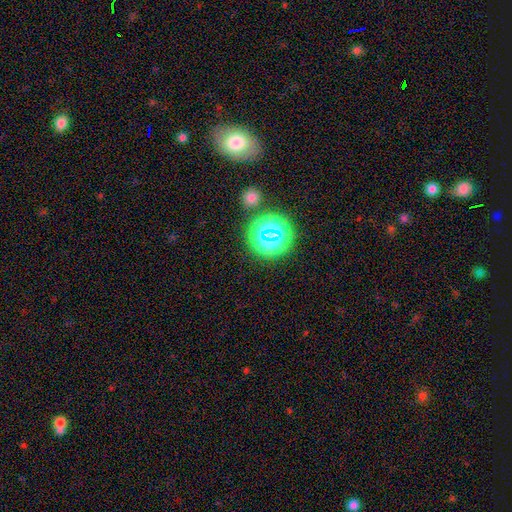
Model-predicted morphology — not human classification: smooth-or-featured: star or artifact: 63% | smooth: 28% | featured or disk: 9%